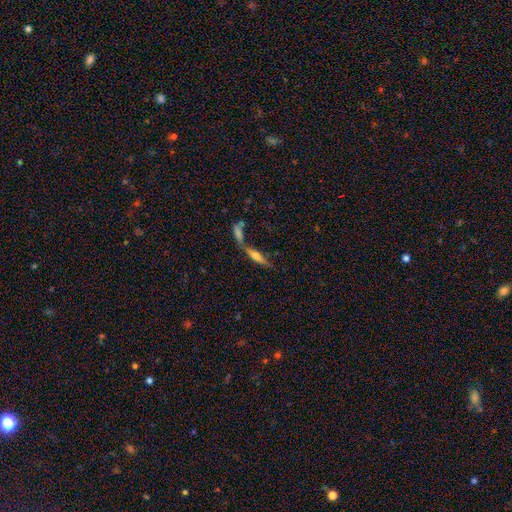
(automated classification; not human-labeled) Q: Smooth or featured?
A: featured or disk (49%); runner-up: smooth (42%)
Q: Merging?
A: none (47%); runner-up: merger (36%)